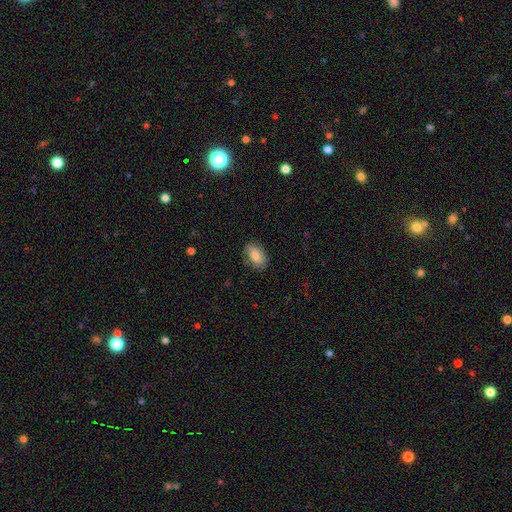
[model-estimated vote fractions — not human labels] This appears to be a smooth galaxy with no disk features (82%) that is in between round and cigar-shaped (91%). Merging: none (80%).